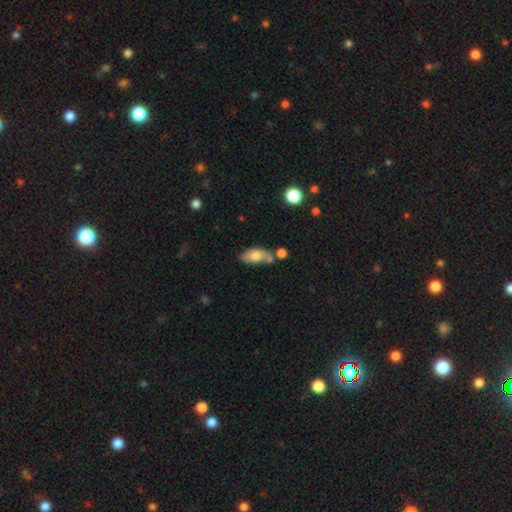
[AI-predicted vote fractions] Smooth or featured?
  - smooth: 67% *
  - featured or disk: 26%
  - star or artifact: 7%
How rounded?
  - in between: 90% *
  - cigar-shaped: 5%
  - round: 4%
Merging?
  - none: 40% *
  - merger: 28%
  - minor disturbance: 22%
  - major disturbance: 10%